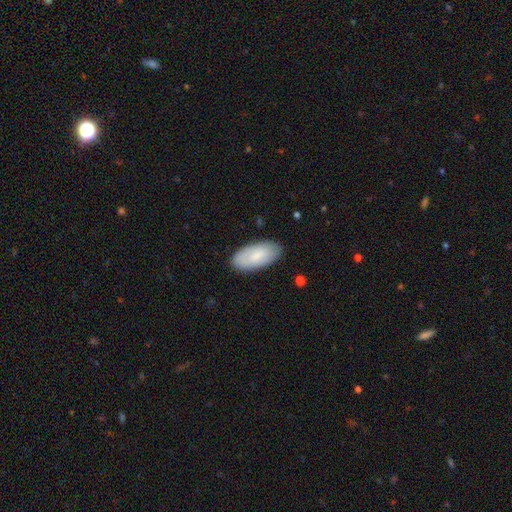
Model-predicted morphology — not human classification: Smooth or featured? Predicted: smooth (p=0.78). How rounded? Predicted: in between (p=0.92). Merging? Predicted: none (p=0.86).